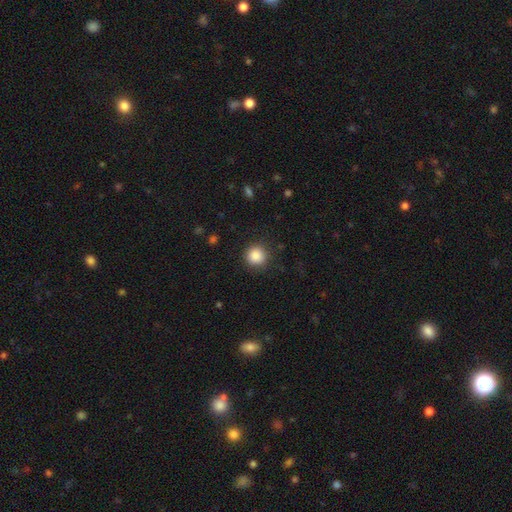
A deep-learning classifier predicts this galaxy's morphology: A smooth galaxy with no disk features (87%) that is round (94%). Merging: none (89%).